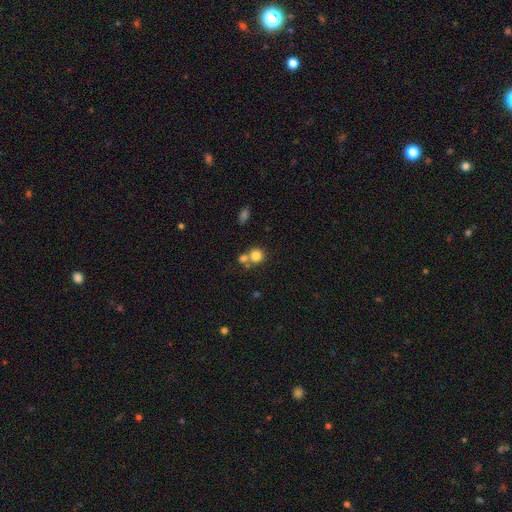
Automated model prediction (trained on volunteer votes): Q: Smooth or featured?
A: smooth (80%); runner-up: star or artifact (11%)
Q: How rounded?
A: round (88%); runner-up: in between (11%)
Q: Merging?
A: none (51%); runner-up: merger (38%)